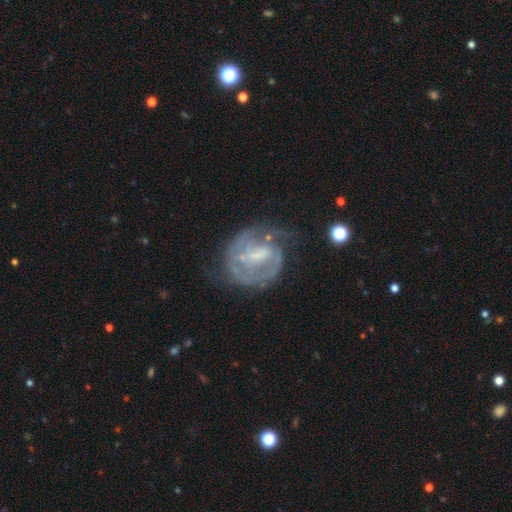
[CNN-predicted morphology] This appears to be a featured or disk galaxy (81%) with a weak bar (52%), 2 (42%) tight (47%) spiral arms (83%) and a small central bulge (42%). Merging: none (53%).